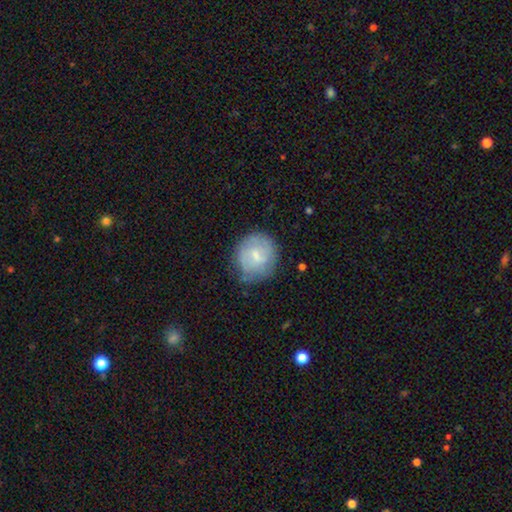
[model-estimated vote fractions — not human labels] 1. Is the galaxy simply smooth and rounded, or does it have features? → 60% smooth, 33% featured or disk, 7% star or artifact.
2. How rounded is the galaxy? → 86% round, 13% in between, 1% cigar-shaped.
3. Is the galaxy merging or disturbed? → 70% none, 21% minor disturbance, 6% major disturbance, 2% merger.